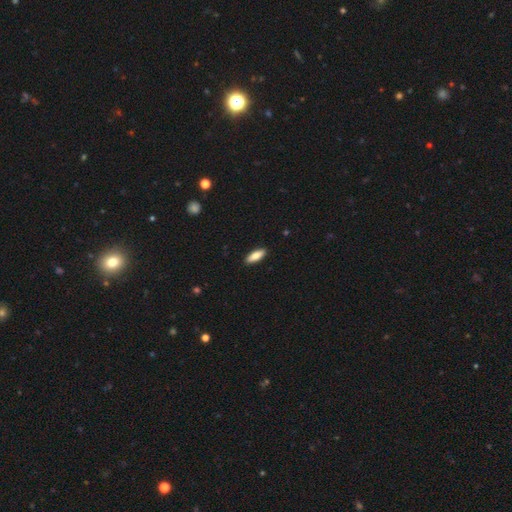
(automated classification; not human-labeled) smooth 81%, featured or disk 13%, star or artifact 6%. Down the decision tree: how rounded — in between (63%); merging — none (90%).